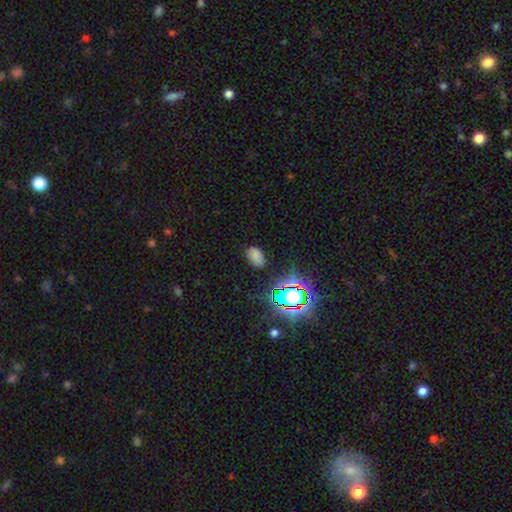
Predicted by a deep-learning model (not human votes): Morphology: type=smooth (68%); roundness=in between (87%); merging=none (79%).